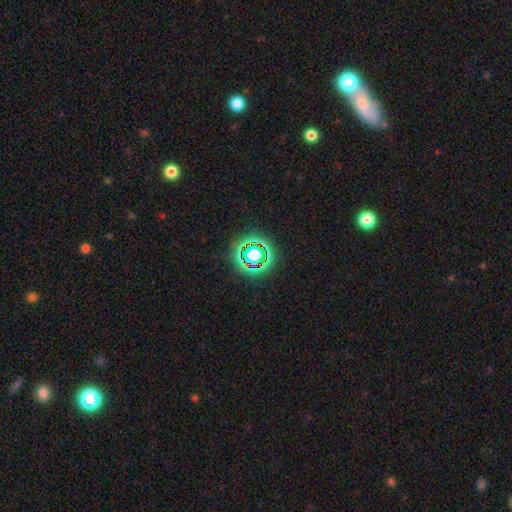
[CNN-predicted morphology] The model was most divided on "smooth or featured": star or artifact: 65%, smooth: 21%, featured or disk: 14%.